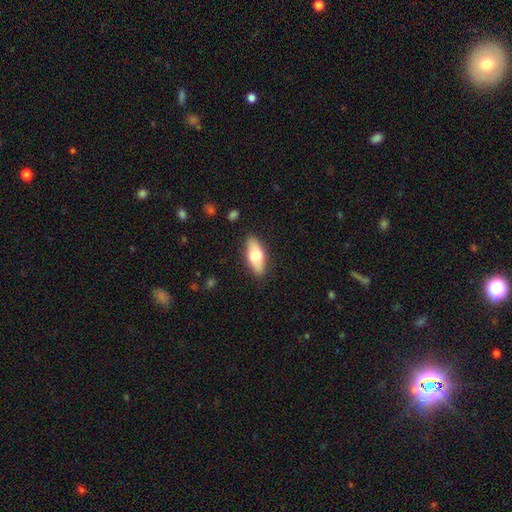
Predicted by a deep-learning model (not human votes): This appears to be a smooth galaxy with no disk features (66%) that is in between round and cigar-shaped (77%). Merging: none (87%).